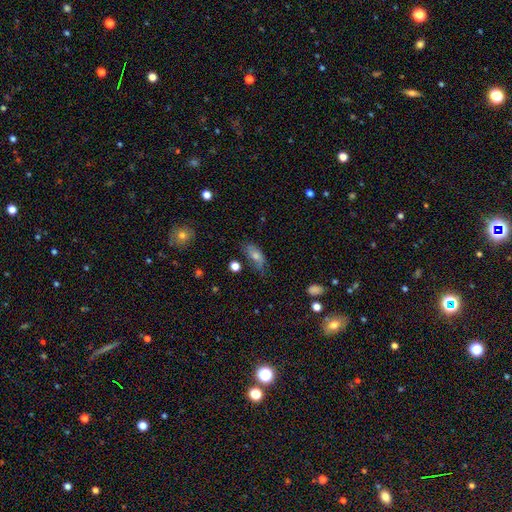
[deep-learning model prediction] smooth_or_featured: smooth (p=0.52) [alt: featured or disk p=0.32]
how_rounded: in between (p=0.81) [alt: cigar-shaped p=0.12]
merging: none (p=0.57) [alt: minor disturbance p=0.29]